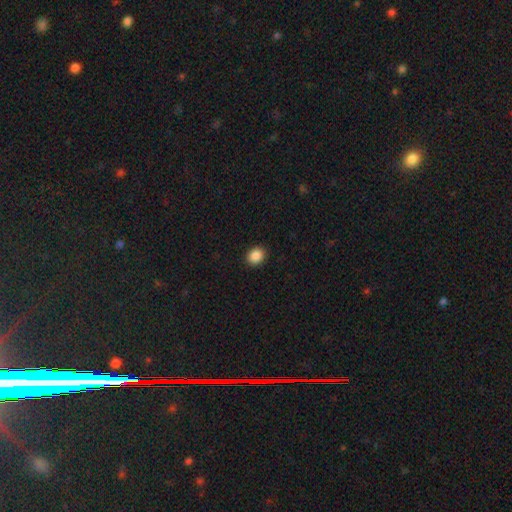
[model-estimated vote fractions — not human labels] Smooth or featured? Predicted: smooth (p=0.88). How rounded? Predicted: round (p=0.57). Merging? Predicted: none (p=0.92).